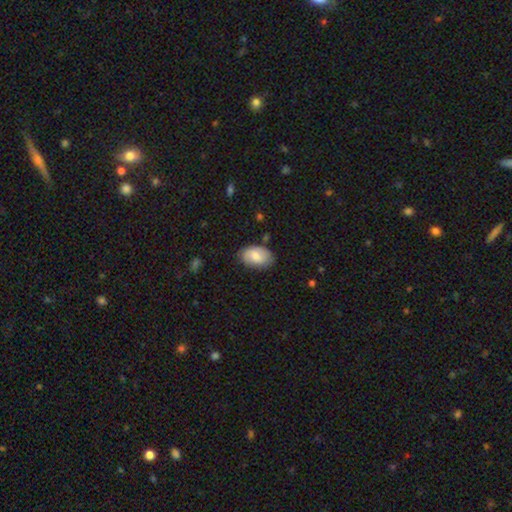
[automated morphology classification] Q: Smooth or featured?
A: smooth (79%); runner-up: featured or disk (15%)
Q: How rounded?
A: in between (91%); runner-up: round (7%)
Q: Merging?
A: none (77%); runner-up: minor disturbance (18%)